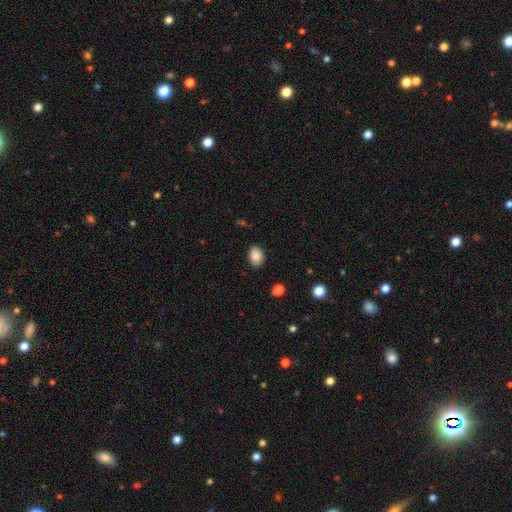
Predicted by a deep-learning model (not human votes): The model was most divided on "how rounded": in between: 77%, round: 22%, cigar-shaped: 1%. More confident: smooth or featured — smooth (88%); merging — none (85%).